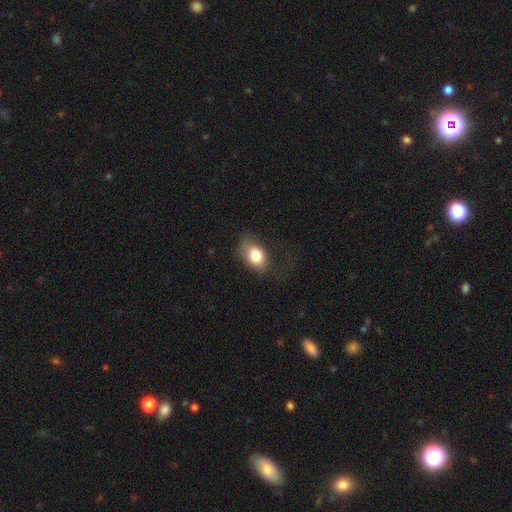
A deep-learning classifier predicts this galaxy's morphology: Overall: smooth (78%). How rounded: in between (74%). Merging: none (55%; minor disturbance 26%).